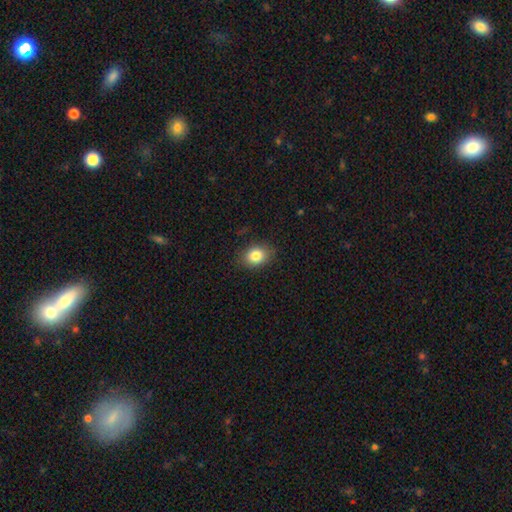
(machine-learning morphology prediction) Smooth or featured? Predicted: smooth (p=0.84). How rounded? Predicted: in between (p=0.64). Merging? Predicted: none (p=0.85).